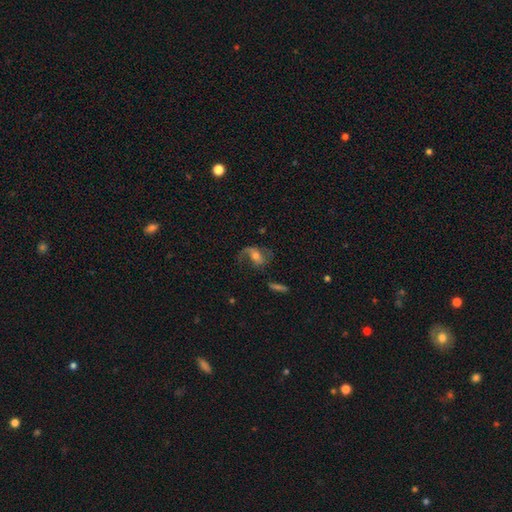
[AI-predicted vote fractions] This appears to be a featured or disk galaxy (69%) with no bar (48%), 2 (59%) loose (60%) spiral arms (86%) and a moderate central bulge (60%). Merging: none (48%).